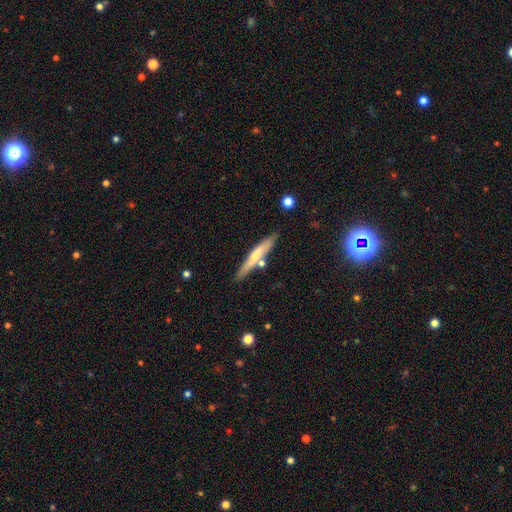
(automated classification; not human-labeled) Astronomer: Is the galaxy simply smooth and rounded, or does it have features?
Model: smooth — 52% (runner-up: featured or disk, 42%).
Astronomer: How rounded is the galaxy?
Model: cigar-shaped — 93%.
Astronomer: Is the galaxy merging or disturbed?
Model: none — 76%.